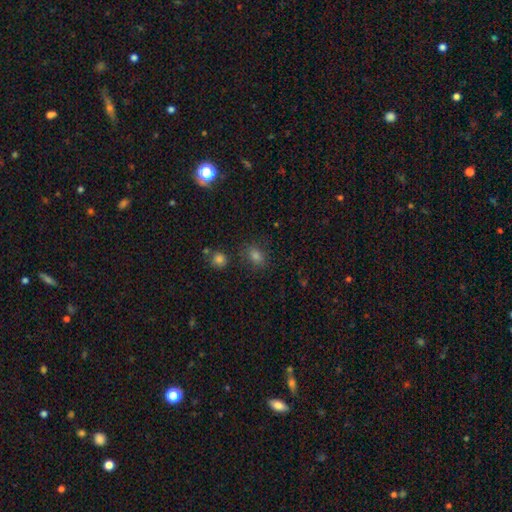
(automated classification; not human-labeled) This appears to be a smooth galaxy with no disk features (68%) that is in between round and cigar-shaped (56%). Merging: none (81%).